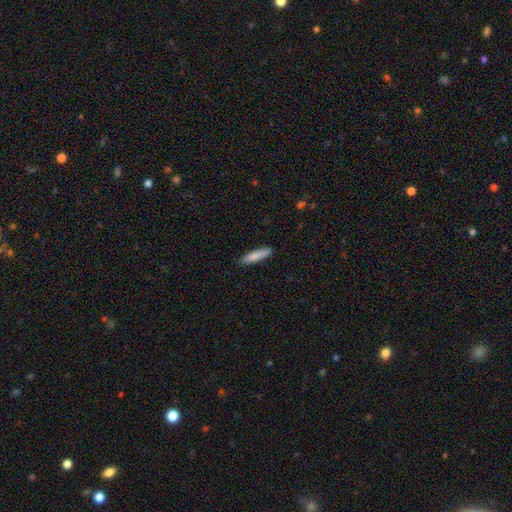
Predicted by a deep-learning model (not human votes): Morphology: type=smooth (82%); roundness=cigar-shaped (82%); merging=none (89%).